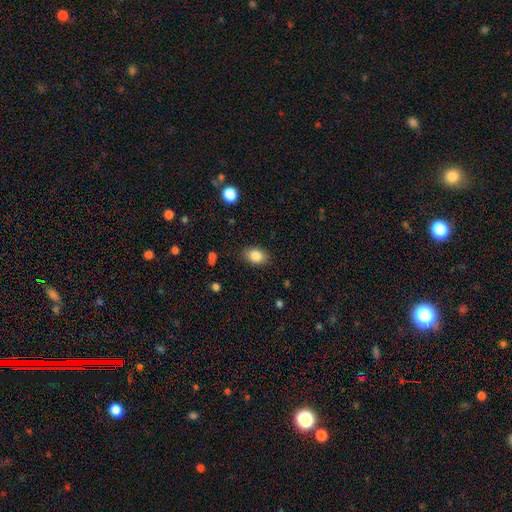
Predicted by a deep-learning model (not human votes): Smooth or featured: smooth — 85% (star or artifact — 8%)
How rounded: in between — 79% (round — 20%)
Merging: none — 86% (minor disturbance — 10%)